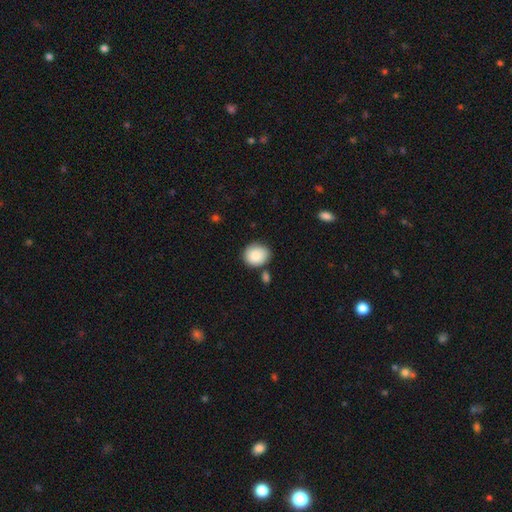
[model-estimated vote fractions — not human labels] Smooth or featured: smooth — 87% (star or artifact — 7%)
How rounded: round — 72% (in between — 27%)
Merging: none — 74% (minor disturbance — 14%)